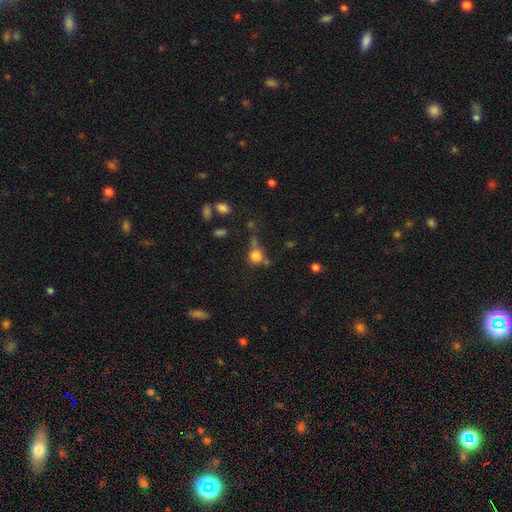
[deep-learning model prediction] Smooth or featured? Predicted: smooth (p=0.78). How rounded? Predicted: round (p=0.81). Merging? Predicted: none (p=0.49).